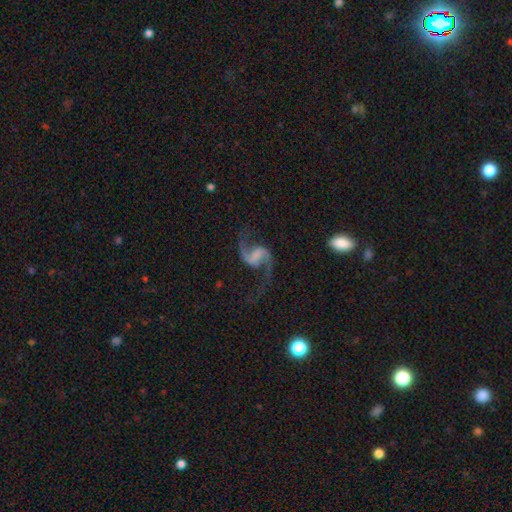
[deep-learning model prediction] This appears to be a featured or disk galaxy (91%) with a weak bar (47%), 2 (94%) loose (76%) spiral arms (98%) and no central bulge (57%). Merging: none (76%).